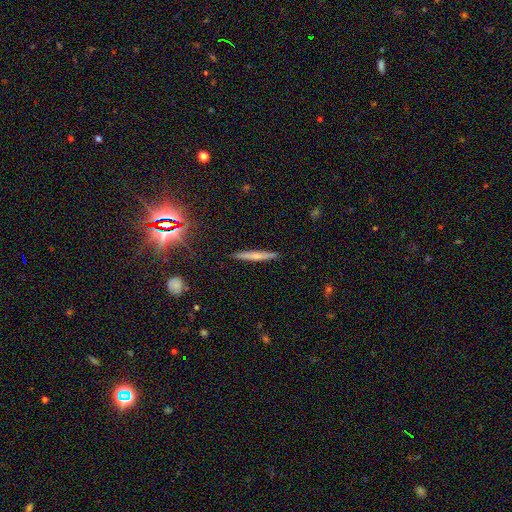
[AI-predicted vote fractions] Morphology: type=smooth (53%); roundness=cigar-shaped (95%); merging=none (90%).